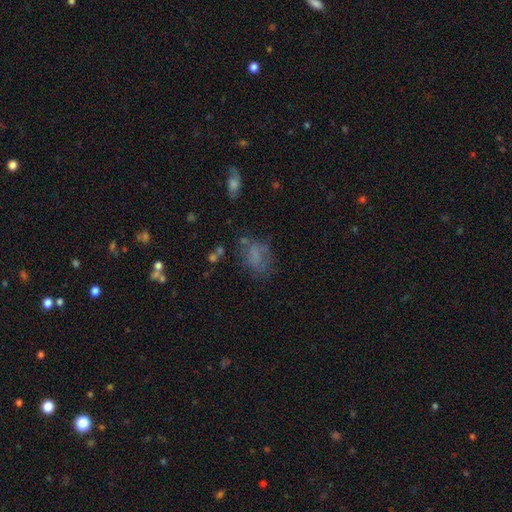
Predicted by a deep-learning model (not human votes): Morphology: type=smooth (57%); roundness=in between (76%); merging=none (48%).